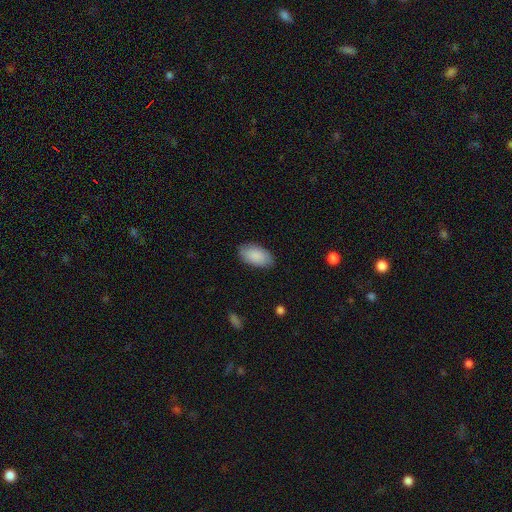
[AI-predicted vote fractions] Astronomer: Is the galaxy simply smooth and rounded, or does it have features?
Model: smooth — 90%.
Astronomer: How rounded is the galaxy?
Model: in between — 96%.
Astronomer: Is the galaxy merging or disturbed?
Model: none — 87%.